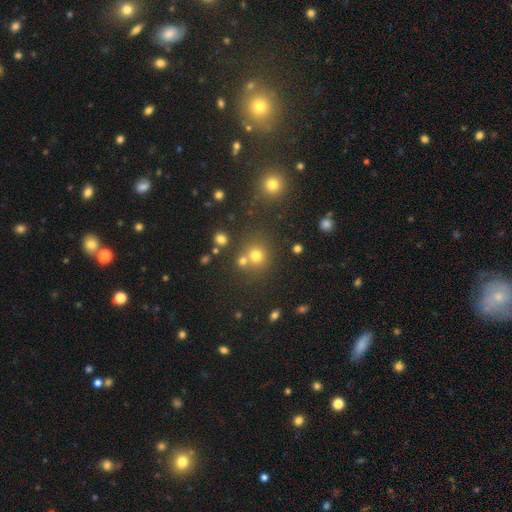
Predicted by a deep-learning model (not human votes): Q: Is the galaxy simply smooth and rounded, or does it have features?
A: smooth — 52%.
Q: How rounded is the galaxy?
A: round — 90%.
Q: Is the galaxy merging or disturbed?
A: none — 78%.